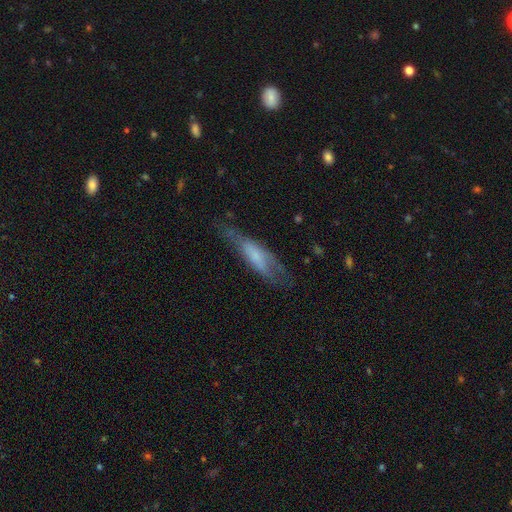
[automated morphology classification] Q: Smooth or featured?
A: smooth (49%); runner-up: featured or disk (43%)
Q: Merging?
A: none (52%); runner-up: minor disturbance (28%)